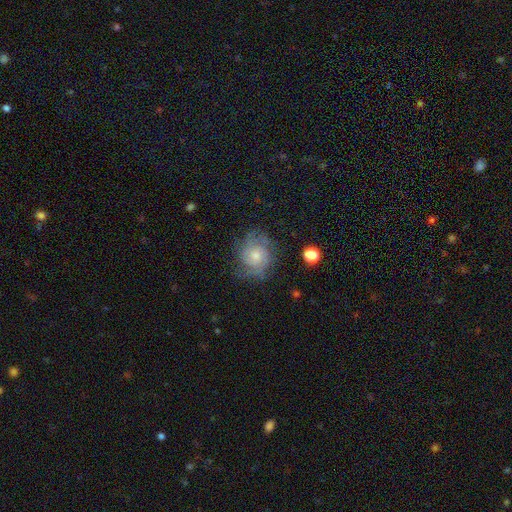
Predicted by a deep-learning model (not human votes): Smooth or featured: featured or disk — 73% (smooth — 19%)
Edge-on disk: no — 98% (yes — 2%)
Bar: no — 77% (weak — 20%)
Spiral arms: yes — 92% (no — 8%)
Spiral winding: tight — 54% (medium — 36%)
Spiral arm count: 2 — 35% (can't tell — 29%)
Bulge size: moderate — 47% (small — 45%)
Merging: none — 68% (minor disturbance — 20%)